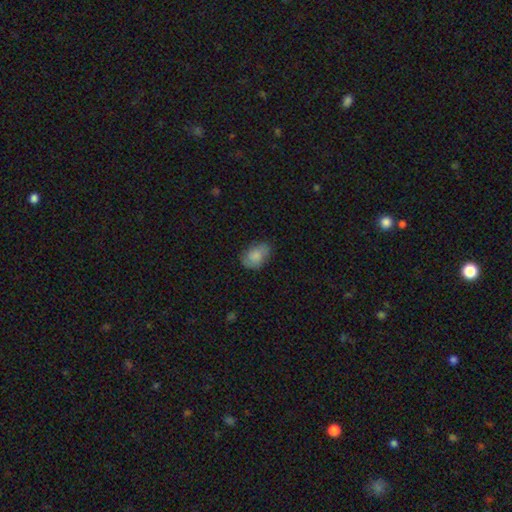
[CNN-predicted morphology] Smooth or featured: smooth — 77% (featured or disk — 15%)
How rounded: in between — 87% (round — 12%)
Merging: none — 74% (minor disturbance — 20%)